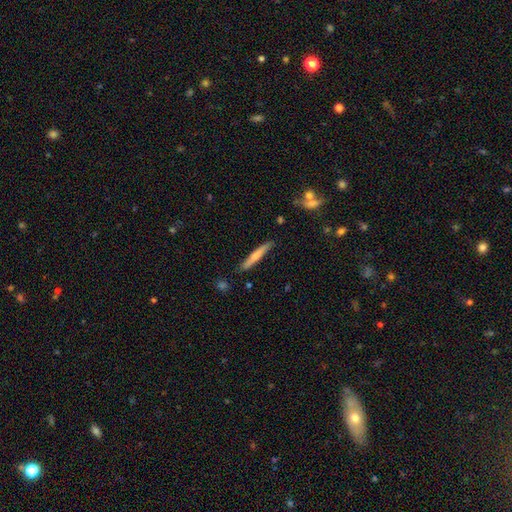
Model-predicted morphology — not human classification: A smooth galaxy with no disk features (65%) that is cigar-shaped (95%). Merging: none (86%).